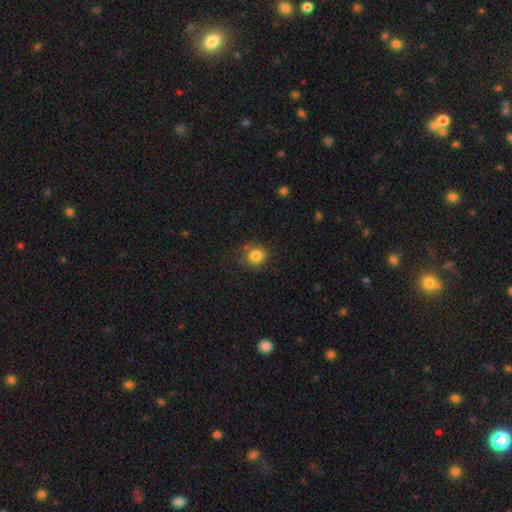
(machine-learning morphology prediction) smooth 82%, star or artifact 12%, featured or disk 6%. Down the decision tree: how rounded — round (88%); merging — none (80%).